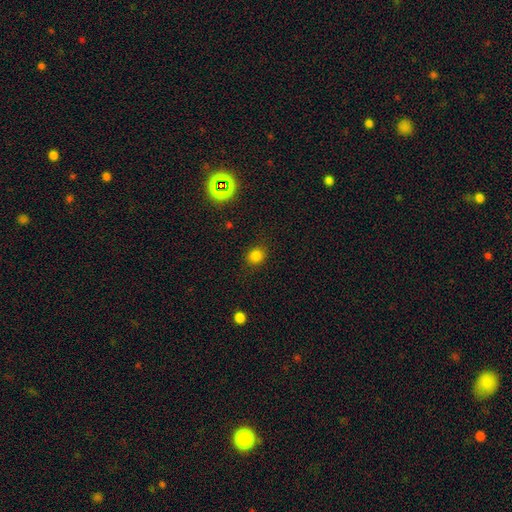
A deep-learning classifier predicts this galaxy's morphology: smooth 81%, star or artifact 15%, featured or disk 4%. Down the decision tree: how rounded — round (76%); merging — none (86%).